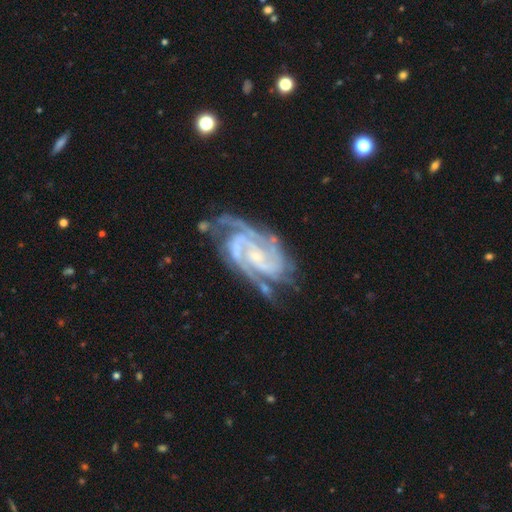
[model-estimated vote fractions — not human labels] Morphology: type=featured or disk (92%); edge-on=no (97%); bar=no (49%); spiral arms=yes (99%); winding=tight (61%); arm count=2 (37%); bulge=small (74%); merging=none (64%).